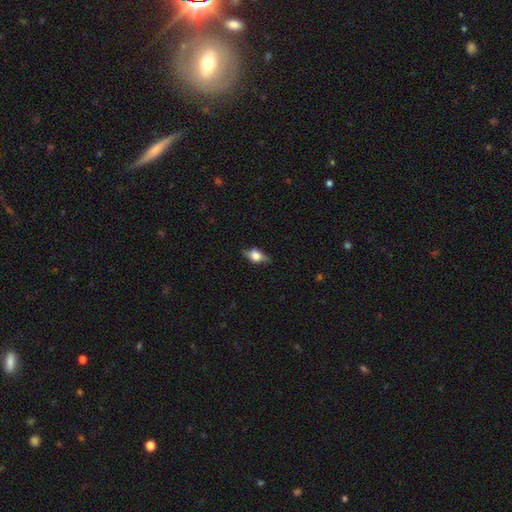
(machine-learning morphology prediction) Overall: featured or disk (53%; smooth 38%). Edge-on disk: yes (91%). Merging: none (79%).